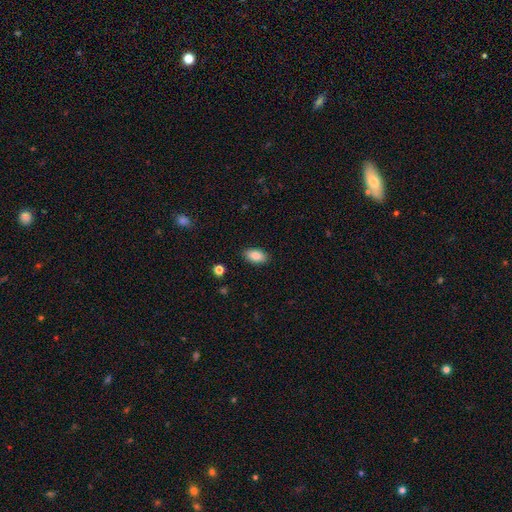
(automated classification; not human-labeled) Q: Smooth or featured?
A: smooth (86%); runner-up: star or artifact (7%)
Q: How rounded?
A: in between (92%); runner-up: round (4%)
Q: Merging?
A: none (88%); runner-up: minor disturbance (9%)